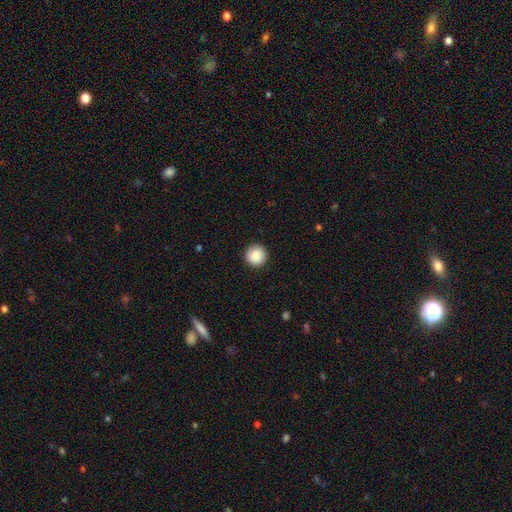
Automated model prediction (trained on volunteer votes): Smooth or featured? Predicted: smooth (p=0.88). How rounded? Predicted: round (p=0.96). Merging? Predicted: none (p=0.92).